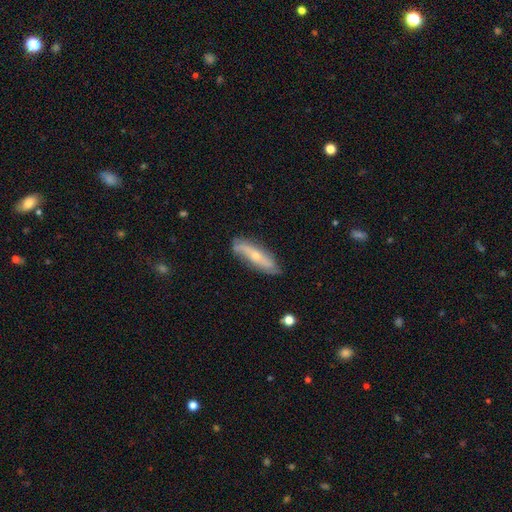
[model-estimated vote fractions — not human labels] A featured or disk galaxy (60%). Merging: none (75%).